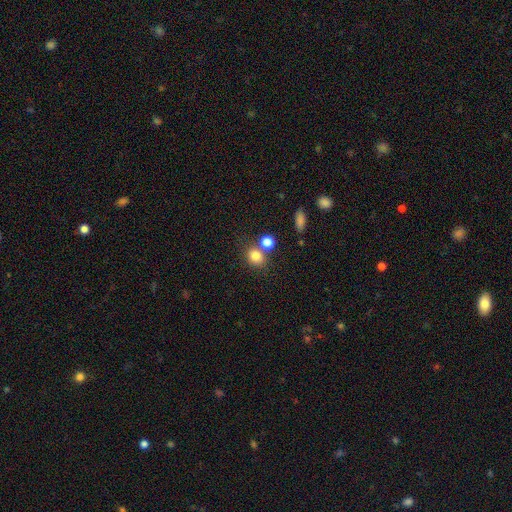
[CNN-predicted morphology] This is clearly a smooth galaxy (81%). How rounded: likely round (71%). Merging: likely none (62%).